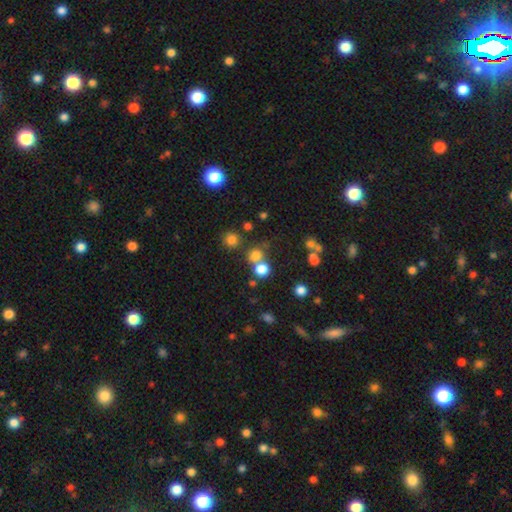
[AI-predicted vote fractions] Overall: smooth (72%). How rounded: round (83%). Merging: none (57%; merger 31%).